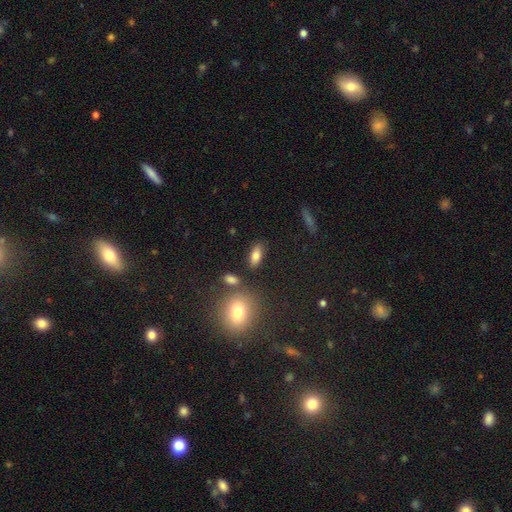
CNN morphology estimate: Q: Smooth or featured?
A: smooth (79%); runner-up: featured or disk (12%)
Q: How rounded?
A: in between (84%); runner-up: cigar-shaped (11%)
Q: Merging?
A: none (81%); runner-up: minor disturbance (10%)